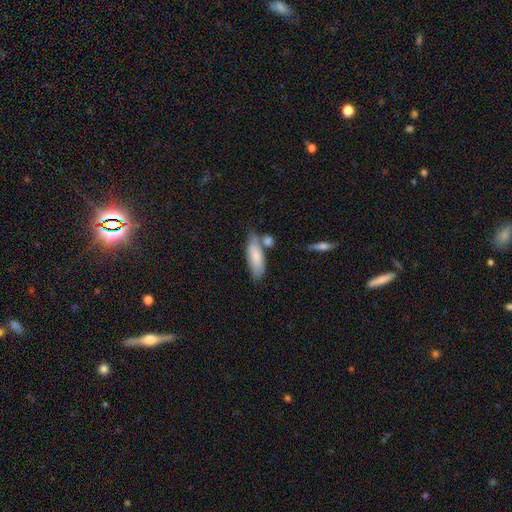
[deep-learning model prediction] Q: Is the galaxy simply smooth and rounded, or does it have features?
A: smooth — 78%.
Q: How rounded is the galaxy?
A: in between — 60%.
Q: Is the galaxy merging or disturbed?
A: none — 55%.